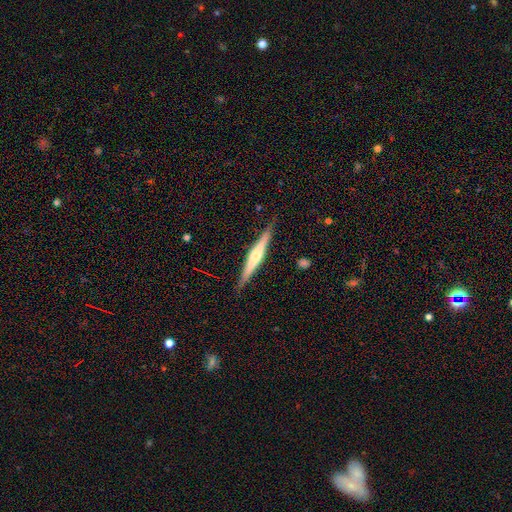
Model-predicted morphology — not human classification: The model was most divided on "smooth or featured": featured or disk: 65%, smooth: 29%, star or artifact: 6%. More confident: edge-on disk — yes (97%); merging — none (88%); edge-on bulge — rounded (69%).